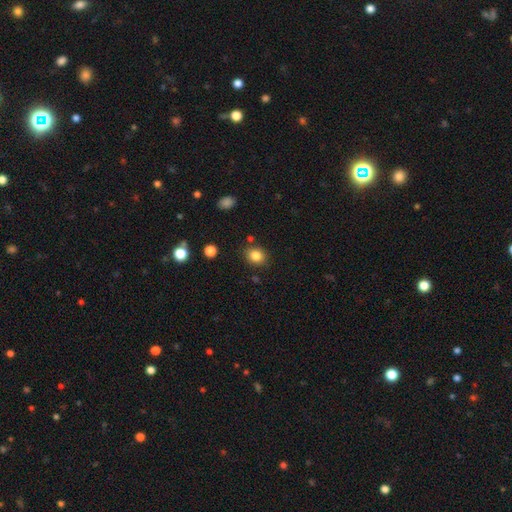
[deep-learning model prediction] smooth_or_featured: smooth (p=0.83) [alt: star or artifact p=0.11]
how_rounded: round (p=0.62) [alt: in between p=0.37]
merging: none (p=0.83) [alt: minor disturbance p=0.11]